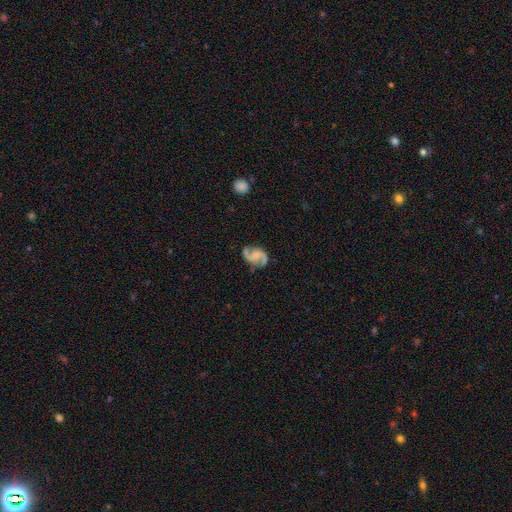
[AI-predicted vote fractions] smooth-or-featured: featured or disk: 85% | smooth: 9% | star or artifact: 6%
  disk-edge-on: no: 98% | yes: 2%
    bar: no: 53% | weak: 37% | strong: 9%
    has-spiral-arms: yes: 96% | no: 4%
      spiral-winding: medium: 52% | loose: 34% | tight: 14%
      spiral-arm-count: 2: 92% | can't tell: 2% | 1: 2% | 3: 1% | 4: 1% | more than 4: 1%
    bulge-size: none: 37% | small: 35% | moderate: 23% | large: 4% | dominant: 1%
  merging: none: 72% | minor disturbance: 18% | major disturbance: 8% | merger: 3%